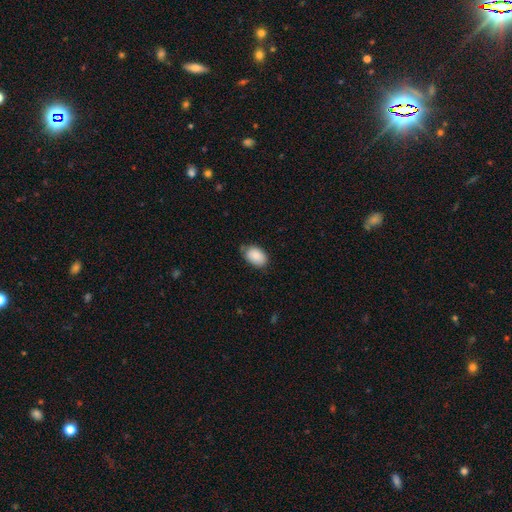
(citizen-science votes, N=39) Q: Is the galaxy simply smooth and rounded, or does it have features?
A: smooth — 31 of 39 (79%).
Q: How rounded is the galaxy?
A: in between — 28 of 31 (90%).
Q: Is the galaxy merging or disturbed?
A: none — 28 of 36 (78%).